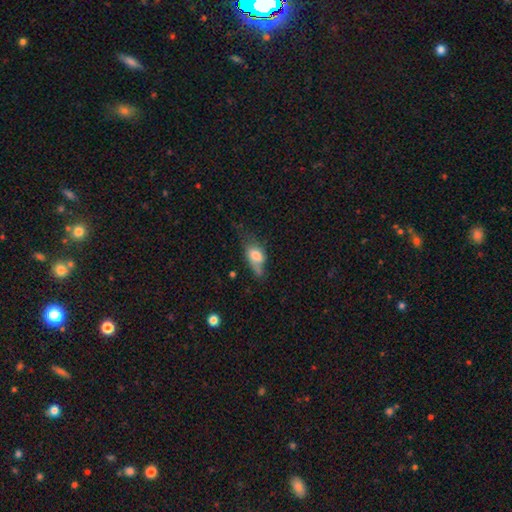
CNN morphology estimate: smooth-or-featured: smooth: 70% | featured or disk: 22% | star or artifact: 8%
  how-rounded: in between: 82% | round: 10% | cigar-shaped: 8%
  merging: minor disturbance: 36% | none: 31% | major disturbance: 25% | merger: 7%